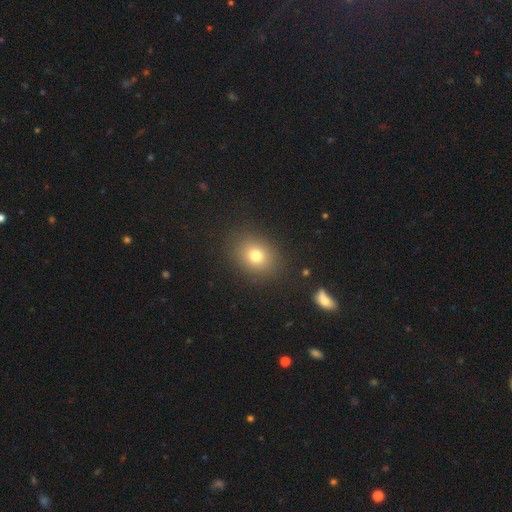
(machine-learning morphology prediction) Smooth or featured: smooth — 76% (star or artifact — 14%)
How rounded: round — 54% (in between — 45%)
Merging: none — 86% (minor disturbance — 8%)